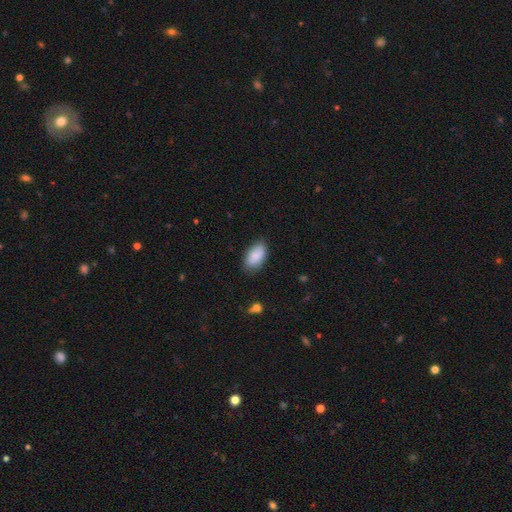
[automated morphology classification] smooth-or-featured: smooth: 87% | featured or disk: 7% | star or artifact: 6%
  how-rounded: in between: 94% | round: 4% | cigar-shaped: 2%
  merging: none: 79% | minor disturbance: 17% | major disturbance: 3% | merger: 1%